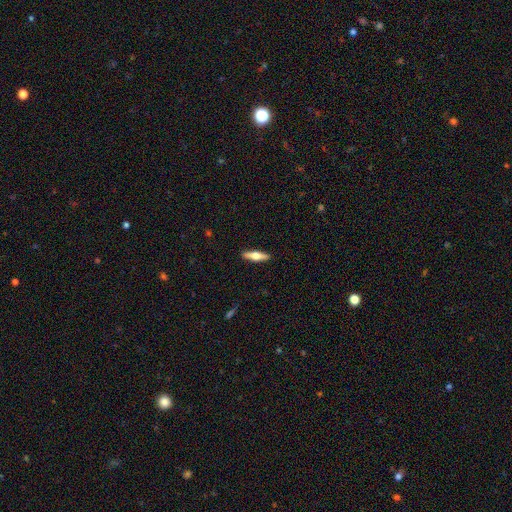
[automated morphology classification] This appears to be a featured or disk galaxy (50%) viewed edge-on (92%). Merging: none (91%).